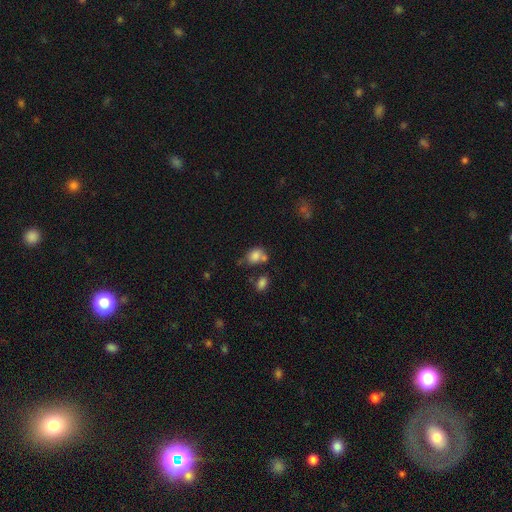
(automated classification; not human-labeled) Smooth or featured: smooth — 79% (star or artifact — 11%)
How rounded: in between — 60% (round — 38%)
Merging: none — 42% (merger — 31%)